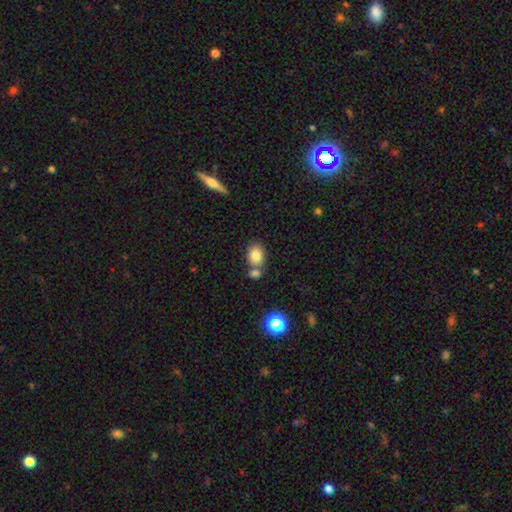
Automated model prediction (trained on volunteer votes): smooth-or-featured: smooth: 82% | star or artifact: 9% | featured or disk: 8%
  how-rounded: in between: 63% | round: 36% | cigar-shaped: 1%
  merging: none: 56% | merger: 29% | minor disturbance: 11% | major disturbance: 3%